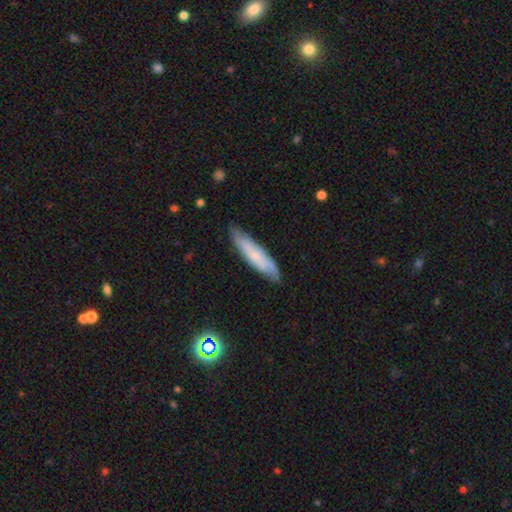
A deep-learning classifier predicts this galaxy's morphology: This is possibly a smooth galaxy (54%). How rounded: clearly cigar-shaped (80%). Merging: clearly none (80%).